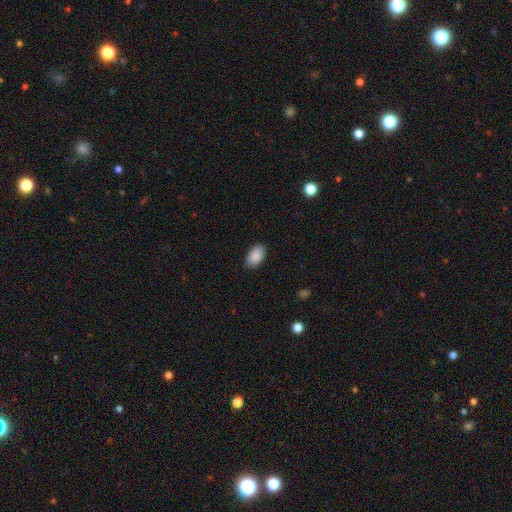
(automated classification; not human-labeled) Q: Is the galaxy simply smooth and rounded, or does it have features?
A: smooth — 90%.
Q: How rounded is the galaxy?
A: in between — 93%.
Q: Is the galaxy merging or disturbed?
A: none — 87%.